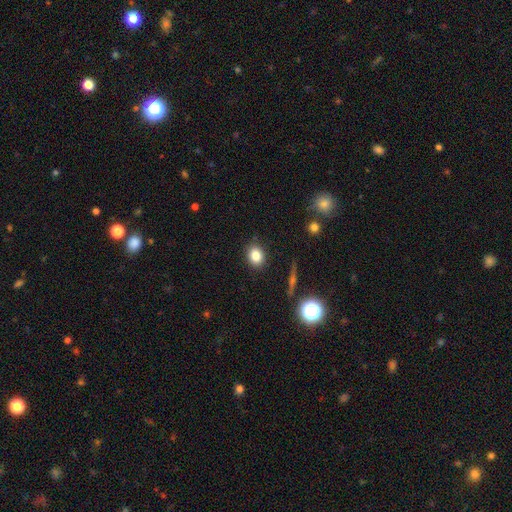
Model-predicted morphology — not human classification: A smooth galaxy with no disk features (81%) that is in between round and cigar-shaped (50%). Merging: none (87%).